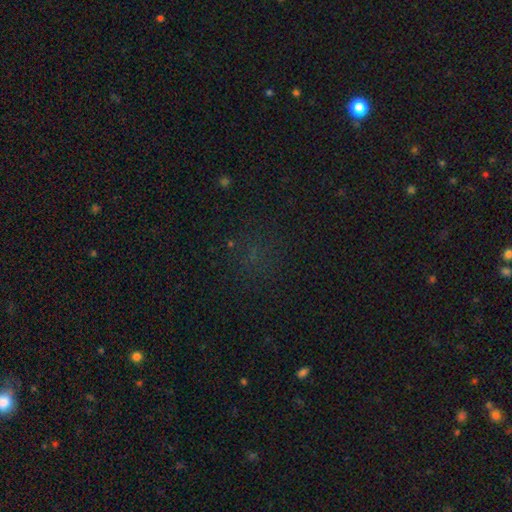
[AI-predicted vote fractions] A star or artifact, not a galaxy (55%).

Vote fractions:
- Smooth or featured? star or artifact: 55% / smooth: 34% / featured or disk: 11%